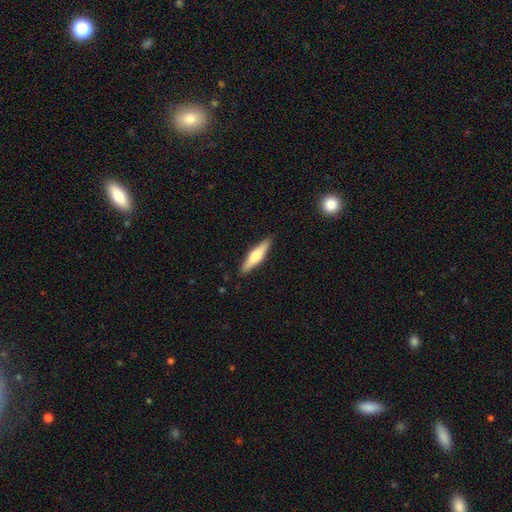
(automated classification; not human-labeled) Smooth or featured: smooth — 48% (featured or disk — 46%)
Merging: none — 90% (minor disturbance — 8%)